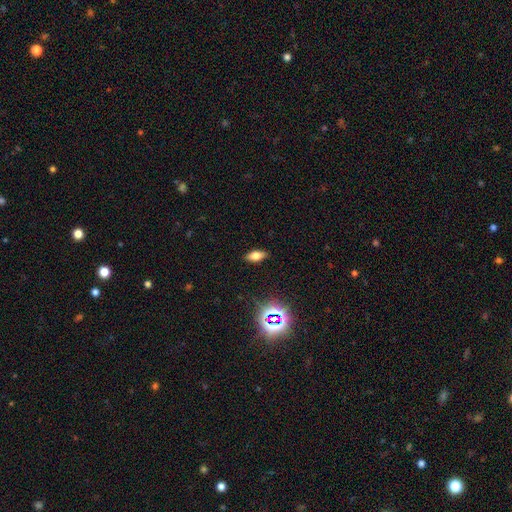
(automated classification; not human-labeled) Morphology: type=smooth (65%); roundness=in between (79%); merging=none (88%).